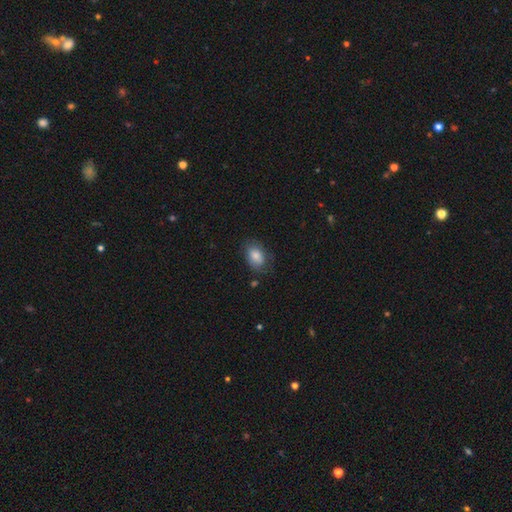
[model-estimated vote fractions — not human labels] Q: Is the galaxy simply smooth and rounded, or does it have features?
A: smooth — 73%.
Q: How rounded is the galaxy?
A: in between — 85%.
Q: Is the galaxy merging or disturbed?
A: none — 69%.